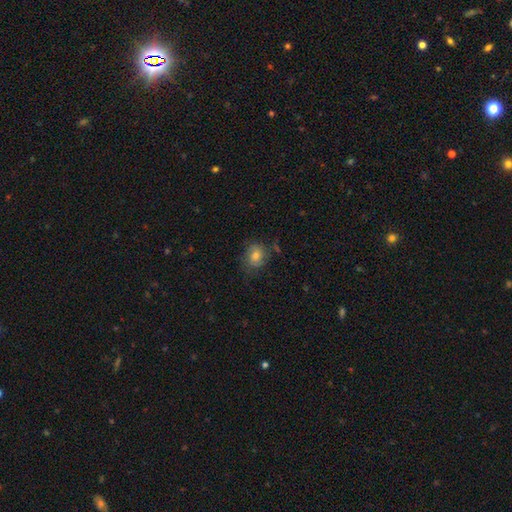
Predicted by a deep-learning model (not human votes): Smooth or featured: smooth — 60% (featured or disk — 26%)
How rounded: round — 66% (in between — 33%)
Merging: none — 69% (minor disturbance — 20%)